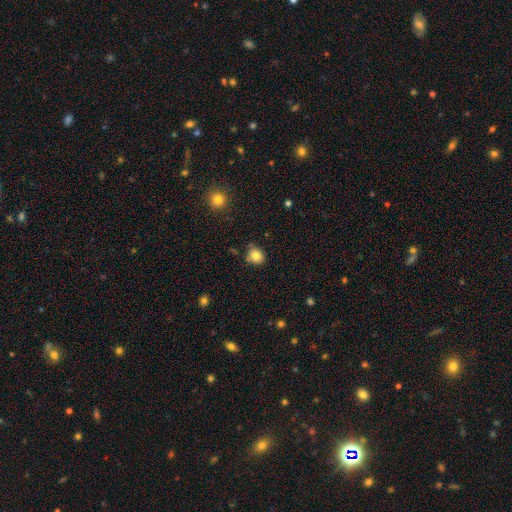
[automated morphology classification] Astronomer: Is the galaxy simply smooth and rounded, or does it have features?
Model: smooth — 82%.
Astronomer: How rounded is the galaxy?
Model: round — 66%.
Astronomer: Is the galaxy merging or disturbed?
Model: none — 73%.